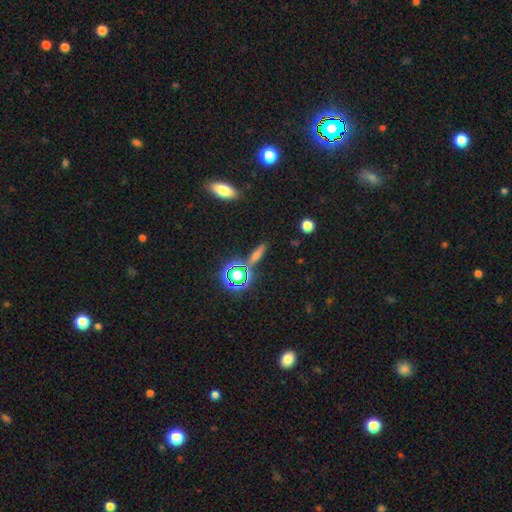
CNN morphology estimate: A smooth galaxy with no disk features (45%). Merging: none (80%).